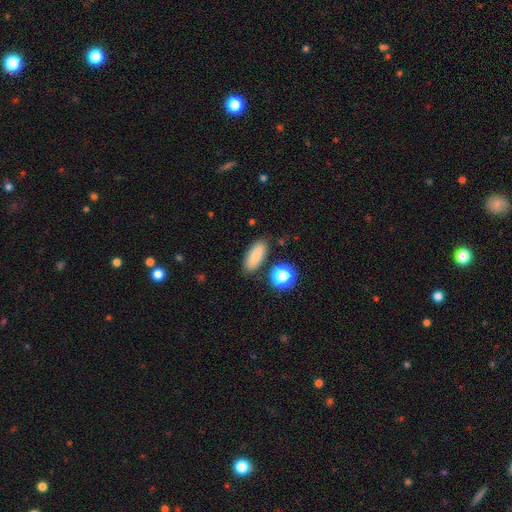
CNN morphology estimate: smooth_or_featured: smooth (p=0.82) [alt: star or artifact p=0.10]
how_rounded: in between (p=0.74) [alt: cigar-shaped p=0.21]
merging: none (p=0.82) [alt: minor disturbance p=0.11]